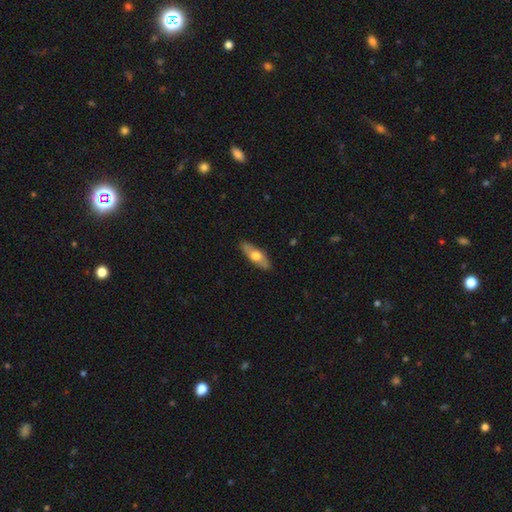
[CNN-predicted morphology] Smooth or featured? smooth (53%)
How rounded? in between (58%)
Merging? none (86%)